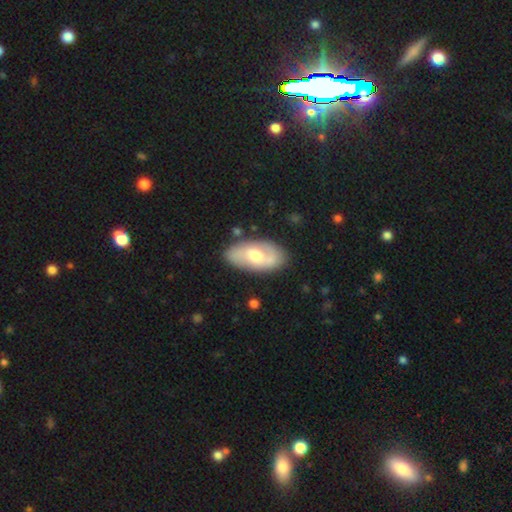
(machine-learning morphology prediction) This is possibly a featured or disk galaxy (52%). It is clearly not viewed edge-on (90%). Merging: likely none (78%).